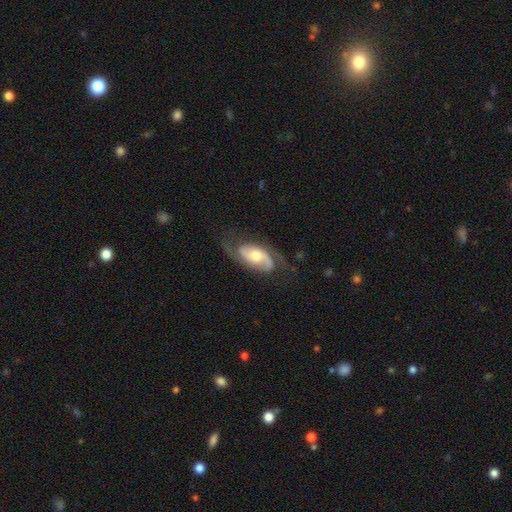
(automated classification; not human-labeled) Morphology: type=featured or disk (81%); edge-on=no (94%); bar=no (61%); spiral arms=yes (93%); winding=medium (45%); arm count=2 (84%); bulge=moderate (68%); merging=none (67%).